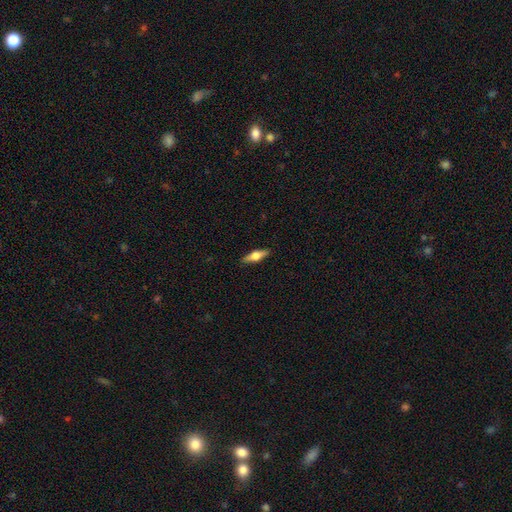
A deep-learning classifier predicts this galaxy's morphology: Smooth or featured? featured or disk (50%)
Edge-on disk? yes (93%)
Merging? none (89%)